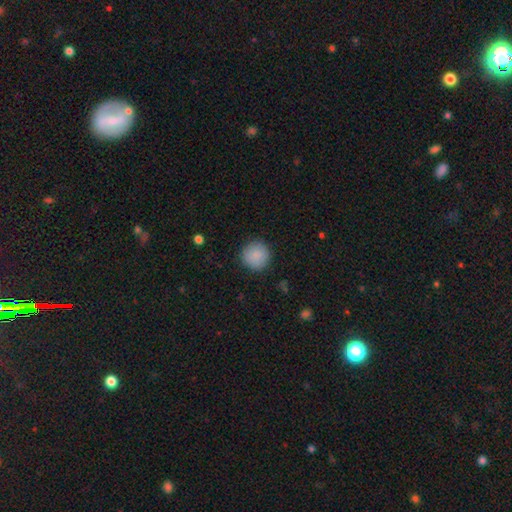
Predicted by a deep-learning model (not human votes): This appears to be a smooth galaxy with no disk features (89%) that is round (95%). Merging: none (90%).